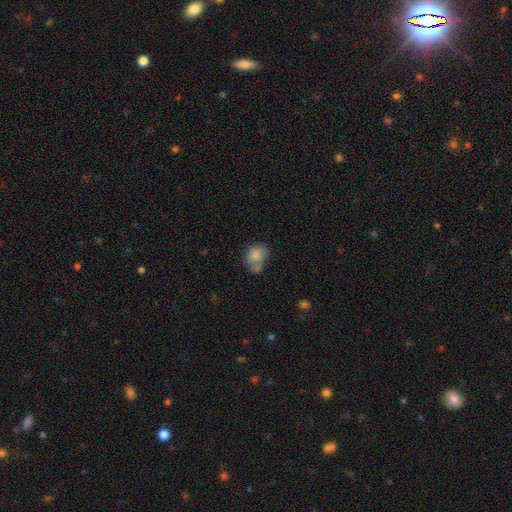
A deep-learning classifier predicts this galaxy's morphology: smooth_or_featured: smooth (p=0.81) [alt: featured or disk p=0.10]
how_rounded: in between (p=0.50) [alt: round p=0.49]
merging: none (p=0.40) [alt: merger p=0.30]